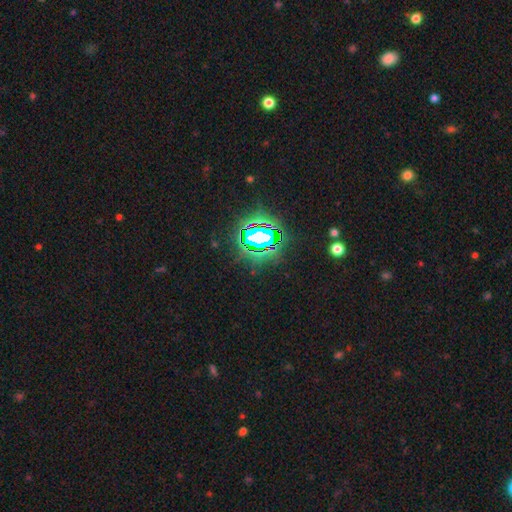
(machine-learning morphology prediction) Overall: star or artifact (83%).